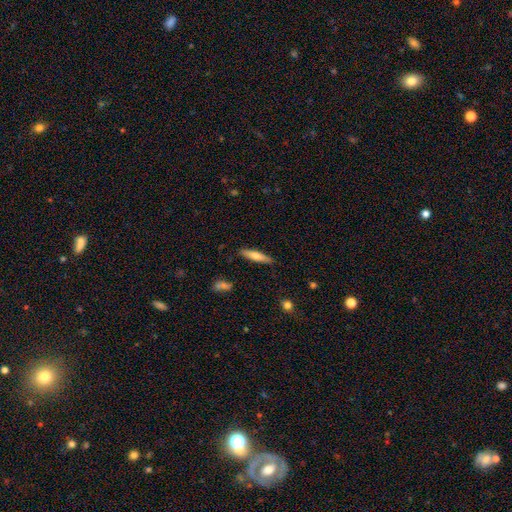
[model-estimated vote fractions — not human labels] Morphology: type=smooth (63%); roundness=cigar-shaped (80%); merging=none (87%).